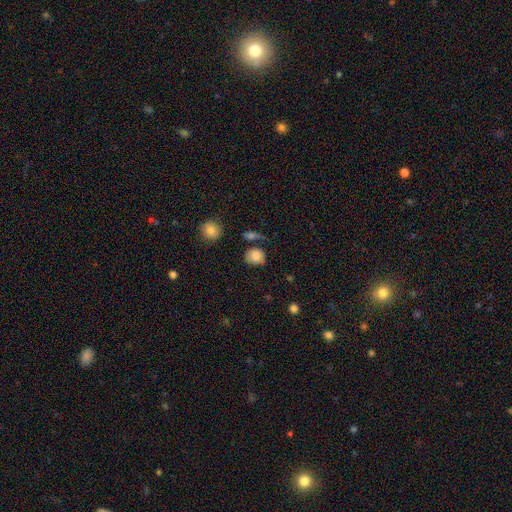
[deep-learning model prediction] Smooth or featured?
  - smooth: 83% *
  - star or artifact: 9%
  - featured or disk: 8%
How rounded?
  - round: 70% *
  - in between: 29%
  - cigar-shaped: 1%
Merging?
  - none: 63% *
  - minor disturbance: 21%
  - merger: 8%
  - major disturbance: 8%